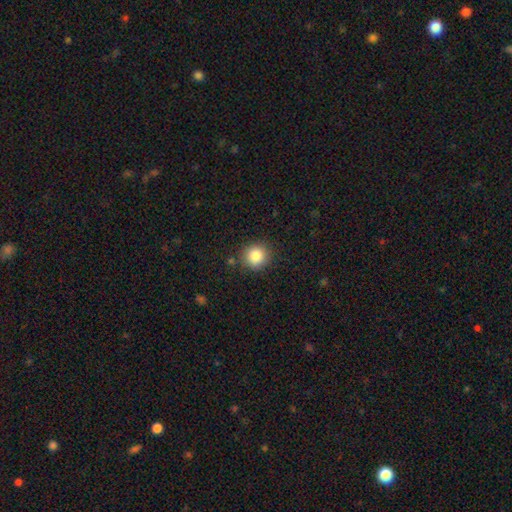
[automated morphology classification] Smooth or featured? smooth (86%)
How rounded? round (89%)
Merging? none (86%)